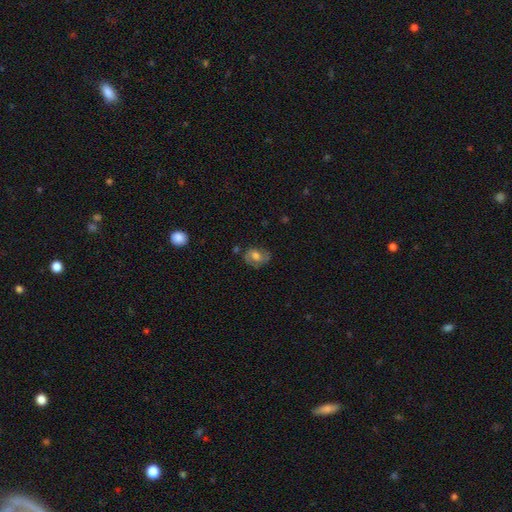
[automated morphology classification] A smooth galaxy with no disk features (50%) that is in between round and cigar-shaped (68%).

Vote fractions:
- Smooth or featured? smooth: 50% / featured or disk: 40% / star or artifact: 9%
- How rounded? in between: 68% / round: 31% / cigar-shaped: 1%
- Merging? none: 62% / minor disturbance: 24% / major disturbance: 10% / merger: 3%